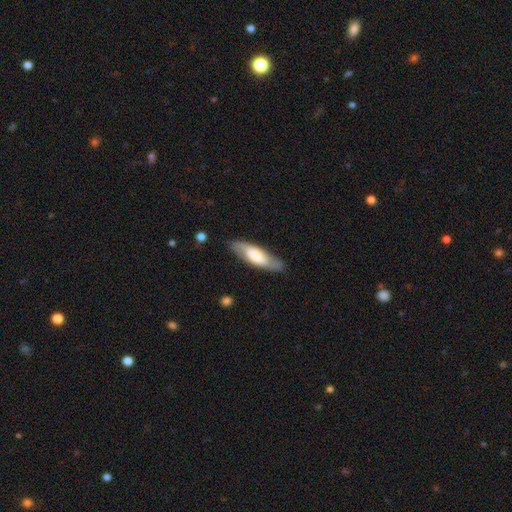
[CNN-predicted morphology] smooth_or_featured: smooth (p=0.52) [alt: featured or disk p=0.42]
how_rounded: in between (p=0.50) [alt: cigar-shaped p=0.48]
merging: none (p=0.82) [alt: minor disturbance p=0.13]